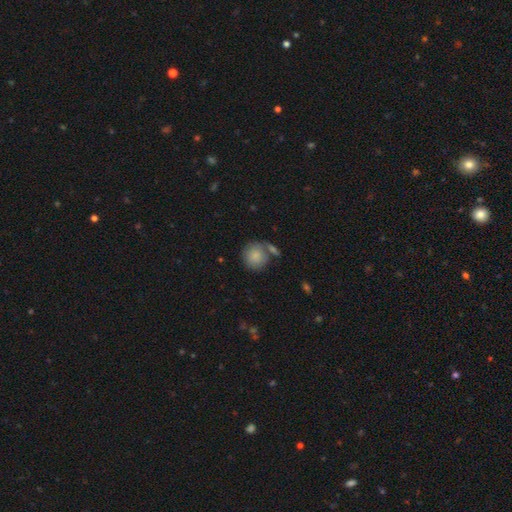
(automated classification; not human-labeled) smooth 85%, featured or disk 8%, star or artifact 7%. Down the decision tree: how rounded — round (89%); merging — none (62%).